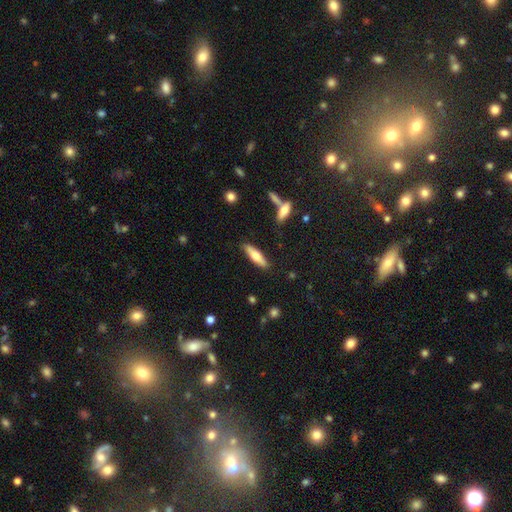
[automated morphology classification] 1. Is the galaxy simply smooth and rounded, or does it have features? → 59% smooth, 35% featured or disk, 6% star or artifact.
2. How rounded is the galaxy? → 65% cigar-shaped, 33% in between, 2% round.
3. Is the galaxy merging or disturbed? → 86% none, 10% minor disturbance, 3% merger, 2% major disturbance.